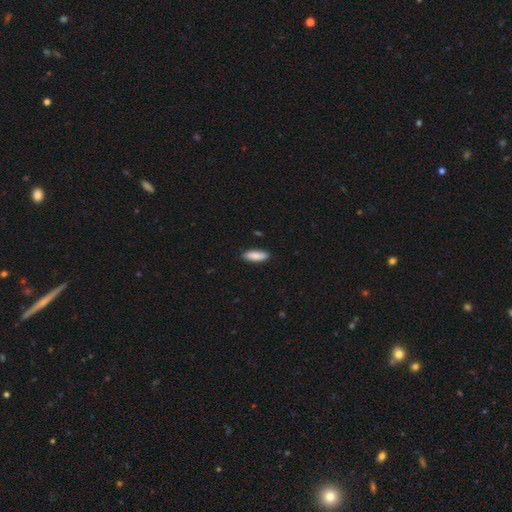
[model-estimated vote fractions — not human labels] A smooth galaxy with no disk features (86%) that is in between round and cigar-shaped (57%). Merging: none (87%).